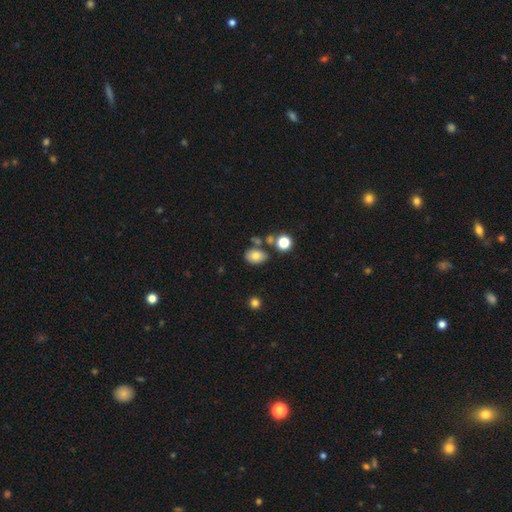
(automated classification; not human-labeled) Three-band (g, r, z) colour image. It shows a smooth galaxy with no disk features (75%) that is in between round and cigar-shaped (73%). Merging: none (70%).